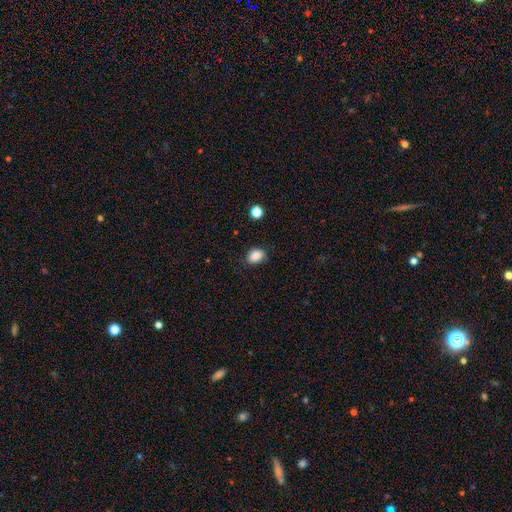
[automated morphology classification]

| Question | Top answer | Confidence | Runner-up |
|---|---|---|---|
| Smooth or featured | smooth | 87% | star or artifact (9%) |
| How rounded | in between | 71% | round (28%) |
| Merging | none | 77% | minor disturbance (18%) |